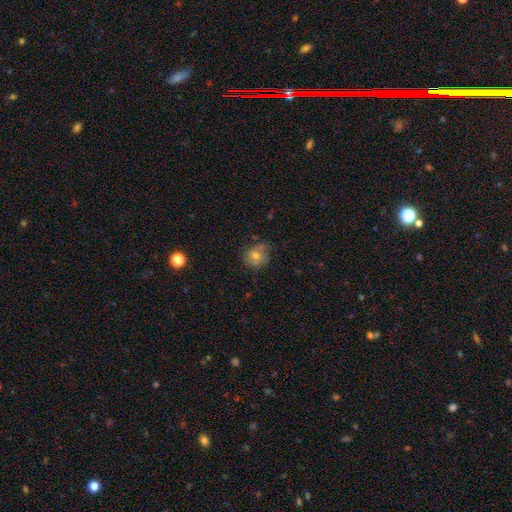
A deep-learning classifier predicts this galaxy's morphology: This appears to be a smooth galaxy with no disk features (65%) that is round (76%). Merging: none (64%).